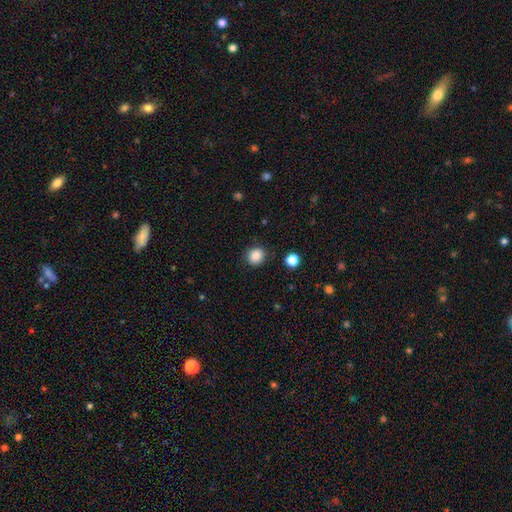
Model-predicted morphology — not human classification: A smooth galaxy with no disk features (86%) that is round (82%).

Vote fractions:
- Smooth or featured? smooth: 86% / star or artifact: 10% / featured or disk: 3%
- How rounded? round: 82% / in between: 18% / cigar-shaped: 1%
- Merging? none: 87% / minor disturbance: 9% / major disturbance: 3% / merger: 2%